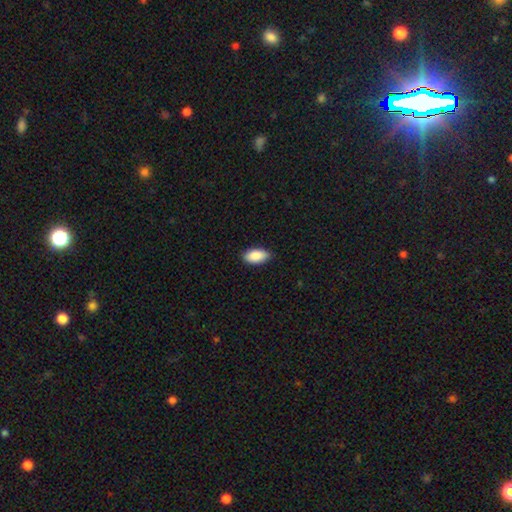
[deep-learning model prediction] A smooth galaxy with no disk features (90%) that is in between round and cigar-shaped (94%).

Vote fractions:
- Smooth or featured? smooth: 90% / star or artifact: 6% / featured or disk: 4%
- How rounded? in between: 94% / round: 3% / cigar-shaped: 3%
- Merging? none: 83% / minor disturbance: 14% / major disturbance: 2% / merger: 1%